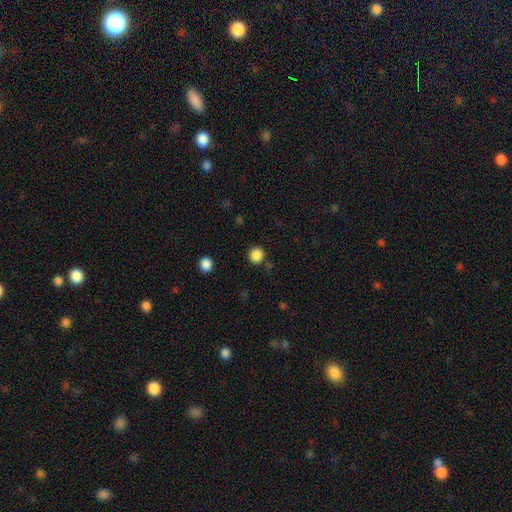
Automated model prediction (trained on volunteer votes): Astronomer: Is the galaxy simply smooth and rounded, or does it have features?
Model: smooth — 86%.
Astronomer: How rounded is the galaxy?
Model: round — 90%.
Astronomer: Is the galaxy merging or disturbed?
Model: none — 83%.